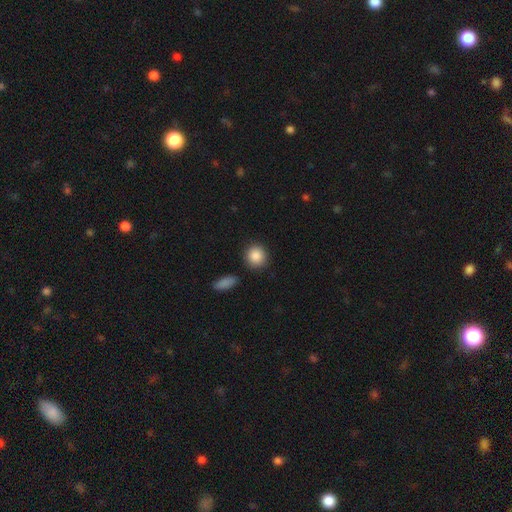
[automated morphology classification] smooth_or_featured: smooth (p=0.88) [alt: star or artifact p=0.07]
how_rounded: round (p=0.87) [alt: in between p=0.12]
merging: none (p=0.86) [alt: minor disturbance p=0.08]